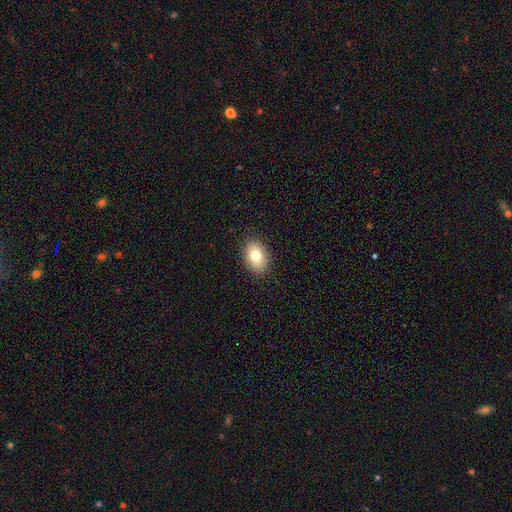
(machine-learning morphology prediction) type=smooth (80%); roundness=in between (85%); merging=none (89%).